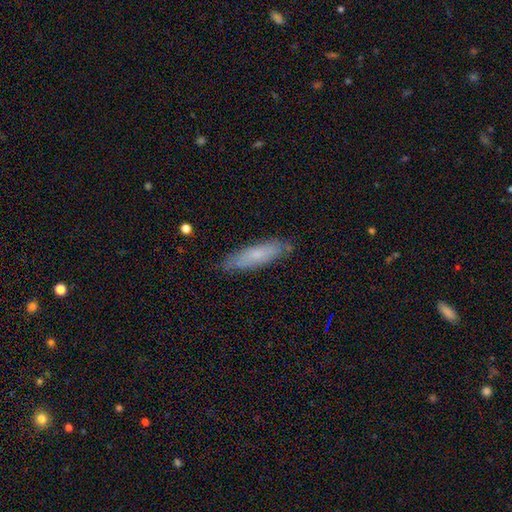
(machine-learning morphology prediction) Smooth or featured?
  - smooth: 62% *
  - featured or disk: 30%
  - star or artifact: 7%
How rounded?
  - cigar-shaped: 71% *
  - in between: 28%
  - round: 2%
Merging?
  - none: 83% *
  - minor disturbance: 14%
  - major disturbance: 2%
  - merger: 1%